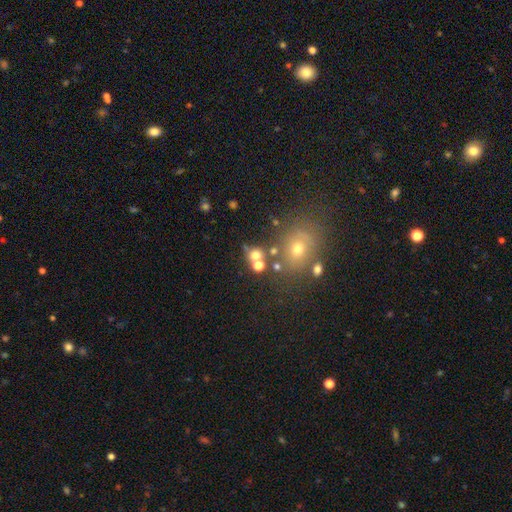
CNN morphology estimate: type=smooth (67%); roundness=round (77%); merging=none (54%).